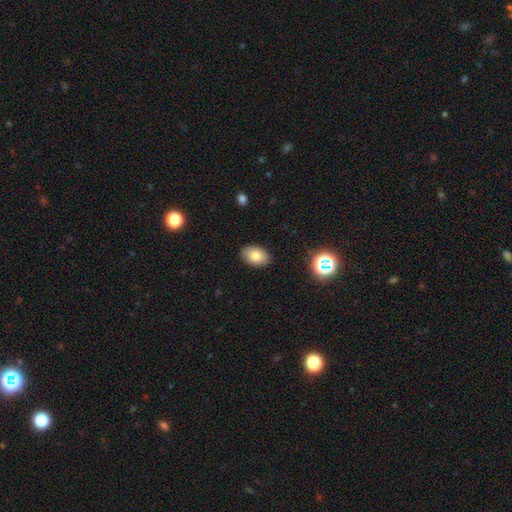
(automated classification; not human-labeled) Smooth or featured? Predicted: smooth (p=0.83). How rounded? Predicted: in between (p=0.86). Merging? Predicted: none (p=0.87).